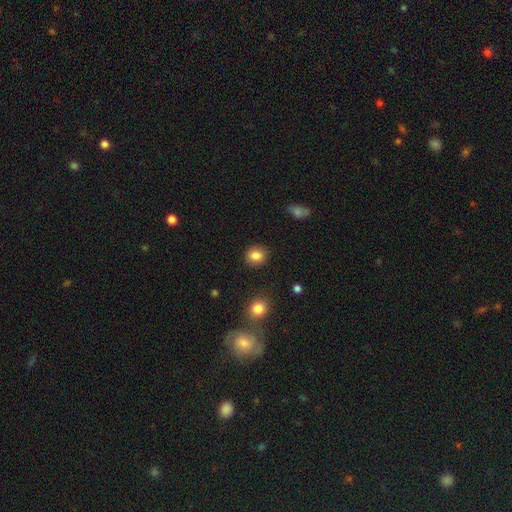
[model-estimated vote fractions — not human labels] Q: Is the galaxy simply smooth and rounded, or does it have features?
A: smooth — 85%.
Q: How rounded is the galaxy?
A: round — 79%.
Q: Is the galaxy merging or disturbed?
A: none — 88%.